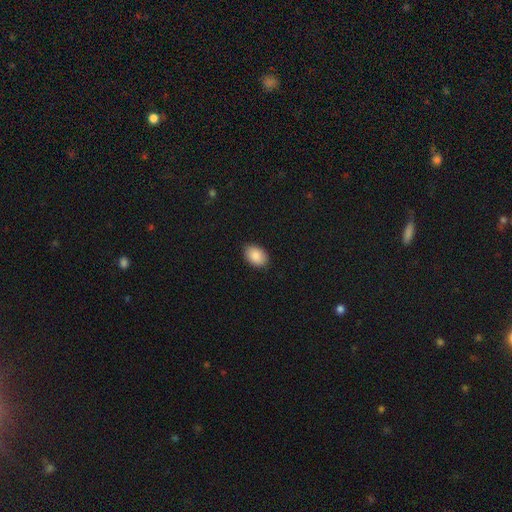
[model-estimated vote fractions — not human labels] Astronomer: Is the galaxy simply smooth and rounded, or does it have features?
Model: smooth — 89%.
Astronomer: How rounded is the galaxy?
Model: in between — 87%.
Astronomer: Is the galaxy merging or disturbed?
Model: none — 88%.